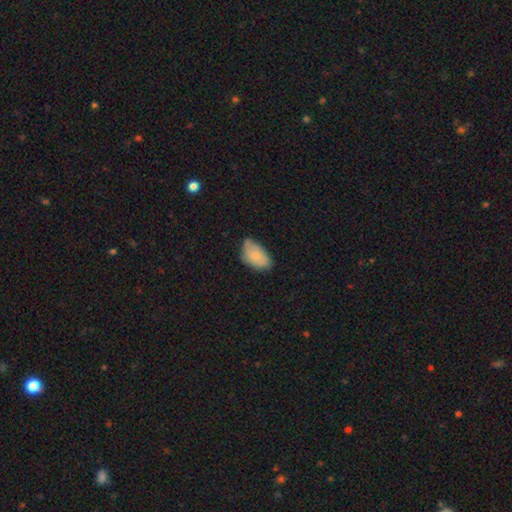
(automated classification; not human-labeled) Morphology: type=smooth (77%); roundness=in between (94%); merging=none (52%).